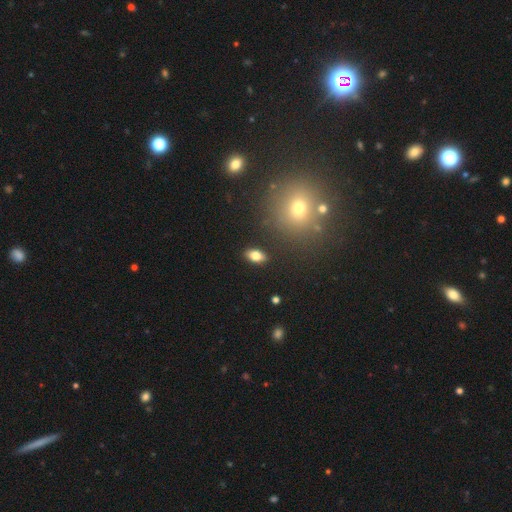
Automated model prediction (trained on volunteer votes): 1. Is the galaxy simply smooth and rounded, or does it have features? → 79% smooth, 12% featured or disk, 9% star or artifact.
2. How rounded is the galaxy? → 89% in between, 6% round, 5% cigar-shaped.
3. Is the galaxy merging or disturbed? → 88% none, 8% minor disturbance, 2% major disturbance, 2% merger.